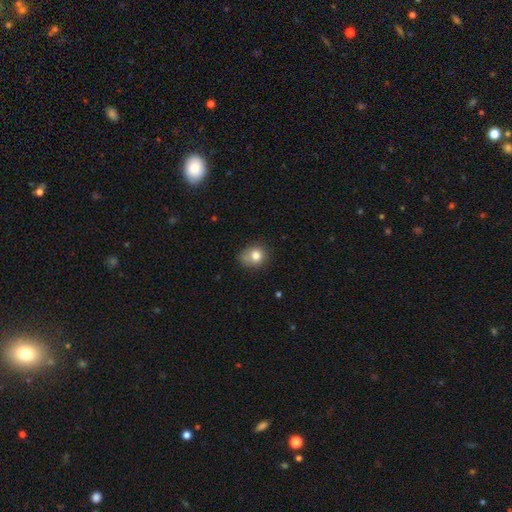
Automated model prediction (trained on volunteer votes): The model was most divided on "merging": none: 61%, minor disturbance: 27%, major disturbance: 8%, merger: 5%. More confident: smooth or featured — smooth (79%); how rounded — round (69%).